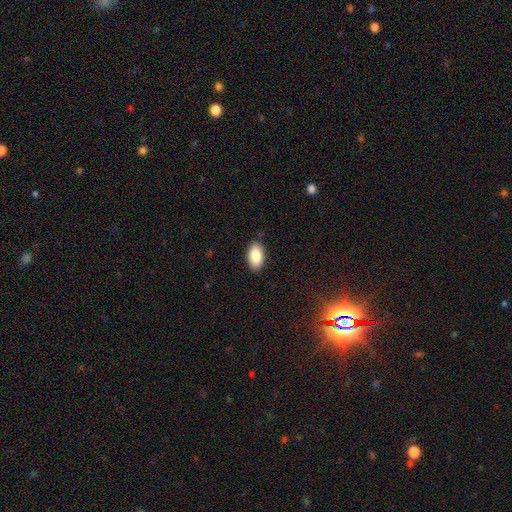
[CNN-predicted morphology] This appears to be a smooth galaxy with no disk features (88%) that is in between round and cigar-shaped (95%). Merging: none (87%).